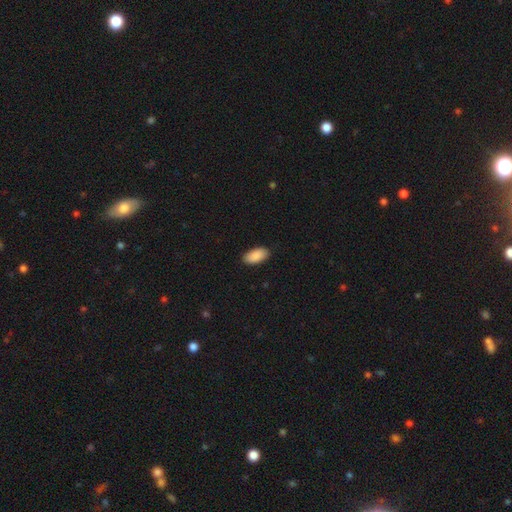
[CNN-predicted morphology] smooth 91%, star or artifact 6%, featured or disk 4%. Down the decision tree: how rounded — in between (94%); merging — none (89%).